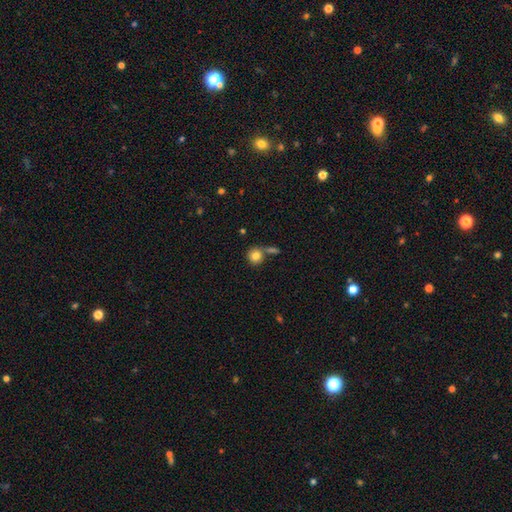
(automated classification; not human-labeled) A smooth galaxy with no disk features (81%) that is round (89%). Merging: none (61%).